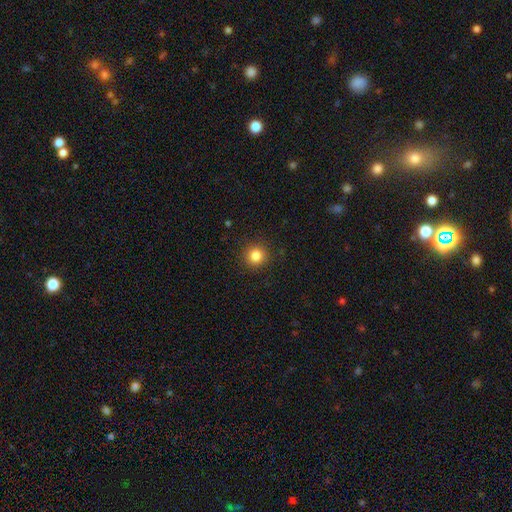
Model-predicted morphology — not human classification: Smooth or featured? Predicted: smooth (p=0.84). How rounded? Predicted: round (p=0.93). Merging? Predicted: none (p=0.90).